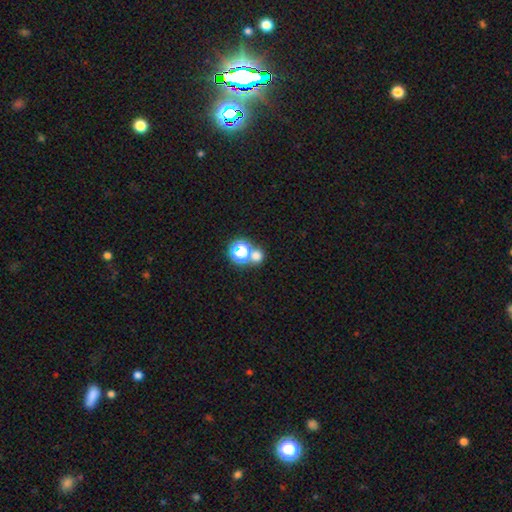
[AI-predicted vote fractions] smooth_or_featured: smooth (p=0.64) [alt: star or artifact p=0.28]
how_rounded: round (p=0.83) [alt: in between p=0.16]
merging: none (p=0.59) [alt: merger p=0.31]